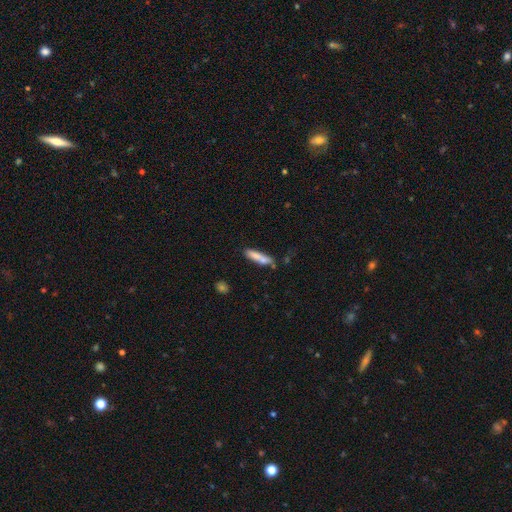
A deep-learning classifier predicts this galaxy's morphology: A smooth galaxy with no disk features (75%) that is cigar-shaped (80%). Merging: none (60%).